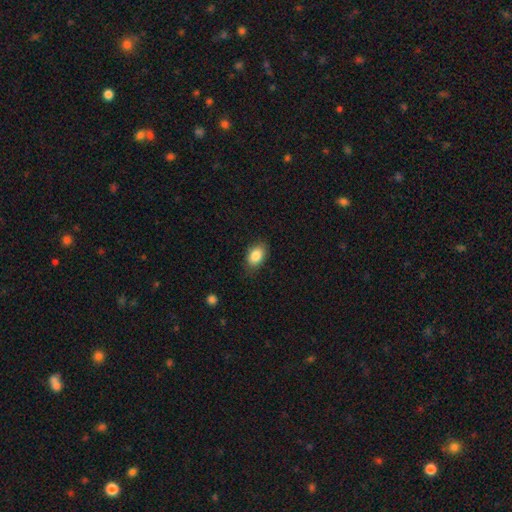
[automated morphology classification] Q: Smooth or featured?
A: smooth (86%); runner-up: star or artifact (8%)
Q: How rounded?
A: in between (87%); runner-up: round (12%)
Q: Merging?
A: none (83%); runner-up: minor disturbance (13%)